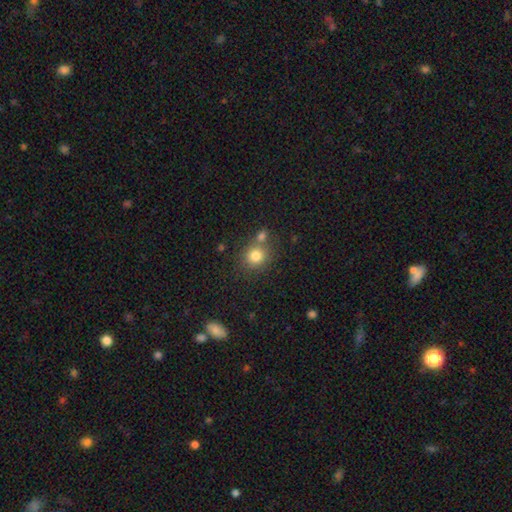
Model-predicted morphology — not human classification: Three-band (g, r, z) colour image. It shows a smooth galaxy with no disk features (79%) that is round (83%). Merging: none (63%).